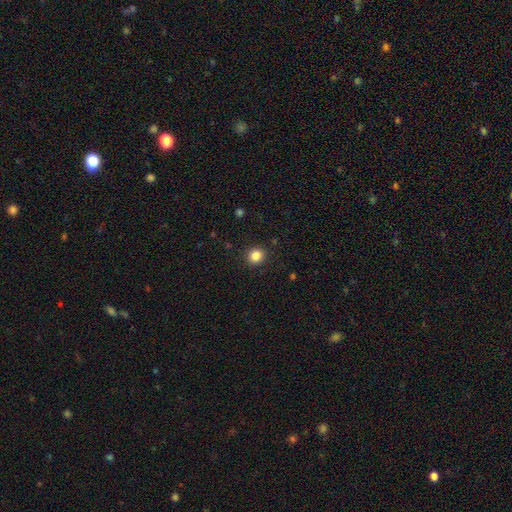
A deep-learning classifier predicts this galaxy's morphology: This appears to be a smooth galaxy with no disk features (85%) that is round (85%). Merging: none (91%).